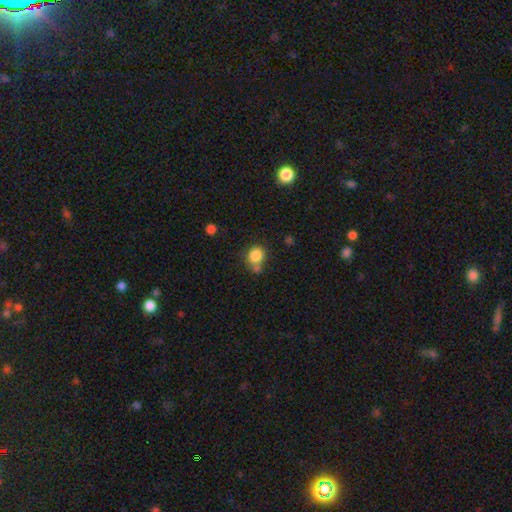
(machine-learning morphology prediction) Smooth or featured?
  - smooth: 83% *
  - star or artifact: 11%
  - featured or disk: 7%
How rounded?
  - round: 74% *
  - in between: 25%
  - cigar-shaped: 1%
Merging?
  - none: 56% *
  - minor disturbance: 19%
  - merger: 19%
  - major disturbance: 7%